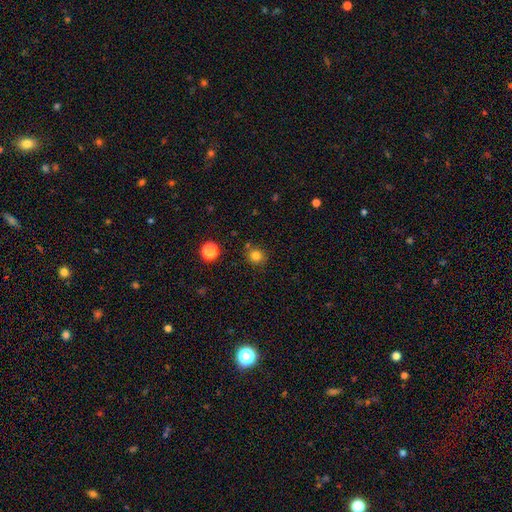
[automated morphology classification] A smooth galaxy with no disk features (81%) that is round (90%).

Vote fractions:
- Smooth or featured? smooth: 81% / star or artifact: 14% / featured or disk: 5%
- How rounded? round: 90% / in between: 9% / cigar-shaped: 1%
- Merging? none: 81% / minor disturbance: 10% / merger: 6% / major disturbance: 3%